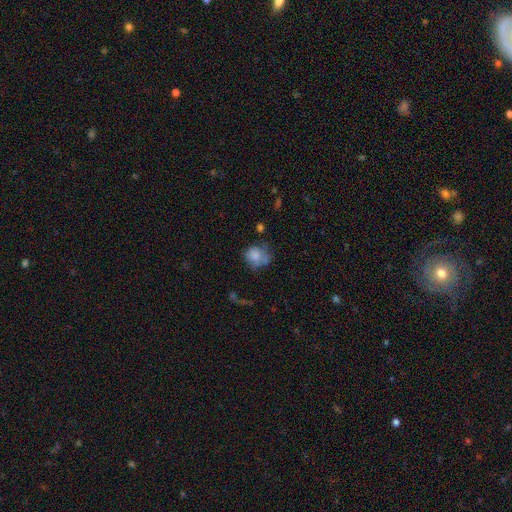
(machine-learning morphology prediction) smooth_or_featured: smooth (p=0.76) [alt: featured or disk p=0.14]
how_rounded: round (p=0.71) [alt: in between p=0.28]
merging: none (p=0.46) [alt: minor disturbance p=0.29]